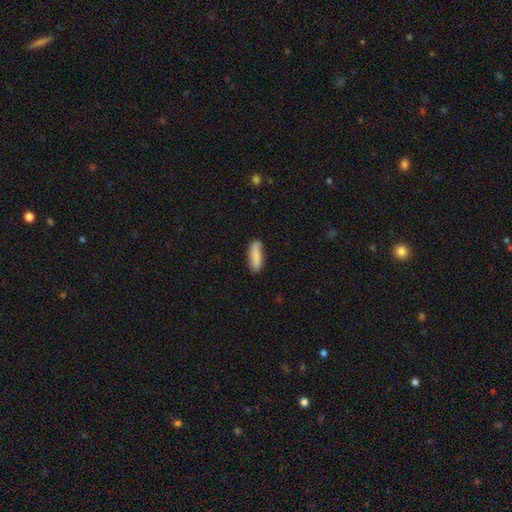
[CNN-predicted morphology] Smooth or featured?
  - smooth: 80% *
  - featured or disk: 13%
  - star or artifact: 7%
How rounded?
  - in between: 64% *
  - cigar-shaped: 34%
  - round: 2%
Merging?
  - none: 70% *
  - minor disturbance: 22%
  - major disturbance: 5%
  - merger: 3%